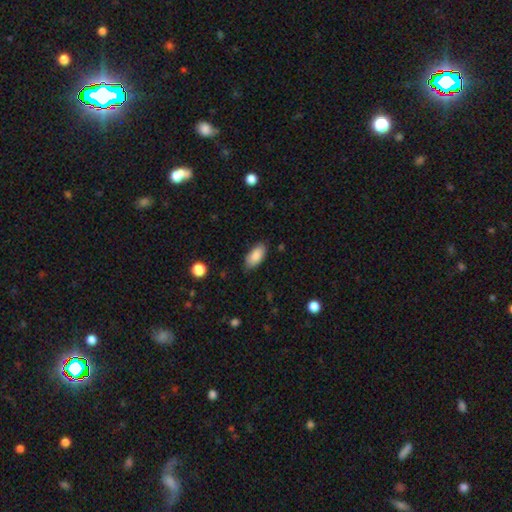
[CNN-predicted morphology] A smooth galaxy with no disk features (87%) that is in between round and cigar-shaped (91%). Merging: none (82%).